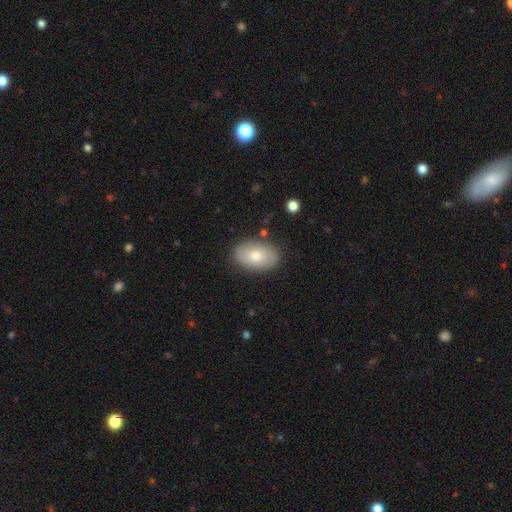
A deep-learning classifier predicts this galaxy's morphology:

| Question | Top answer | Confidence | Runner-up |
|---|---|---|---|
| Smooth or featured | smooth | 75% | featured or disk (18%) |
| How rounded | in between | 91% | round (8%) |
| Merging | none | 85% | minor disturbance (11%) |